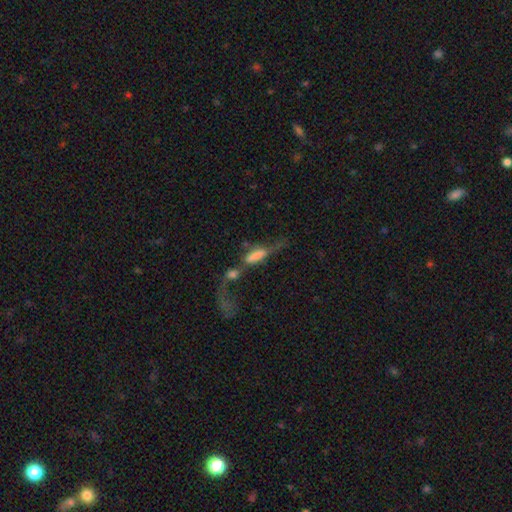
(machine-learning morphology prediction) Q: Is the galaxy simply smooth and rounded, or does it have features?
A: featured or disk — 44%.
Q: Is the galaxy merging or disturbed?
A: merger — 46%.